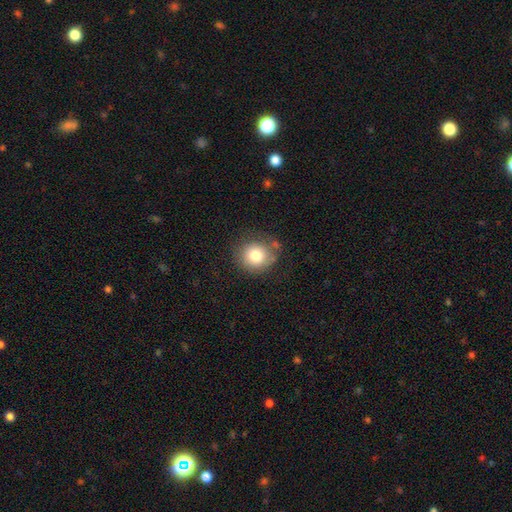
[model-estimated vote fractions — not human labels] A smooth galaxy with no disk features (80%) that is round (88%). Merging: none (74%).